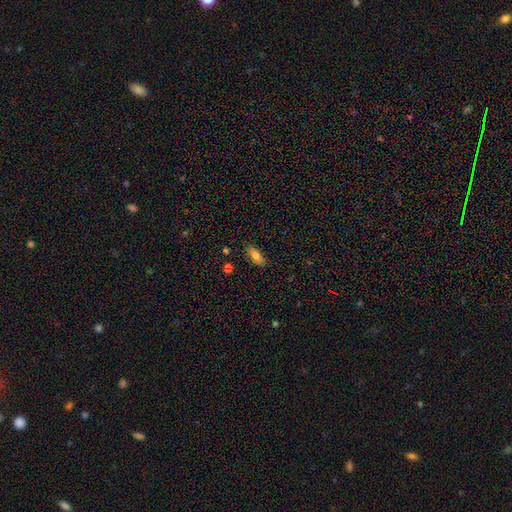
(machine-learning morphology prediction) Q: Smooth or featured?
A: smooth (80%); runner-up: featured or disk (12%)
Q: How rounded?
A: in between (82%); runner-up: cigar-shaped (15%)
Q: Merging?
A: none (84%); runner-up: minor disturbance (12%)